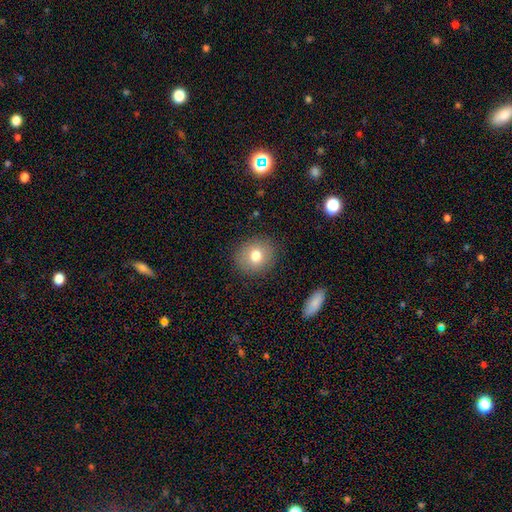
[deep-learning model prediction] A smooth galaxy with no disk features (77%) that is round (80%).

Vote fractions:
- Smooth or featured? smooth: 77% / featured or disk: 13% / star or artifact: 10%
- How rounded? round: 80% / in between: 19% / cigar-shaped: 1%
- Merging? none: 88% / minor disturbance: 8% / major disturbance: 3% / merger: 1%